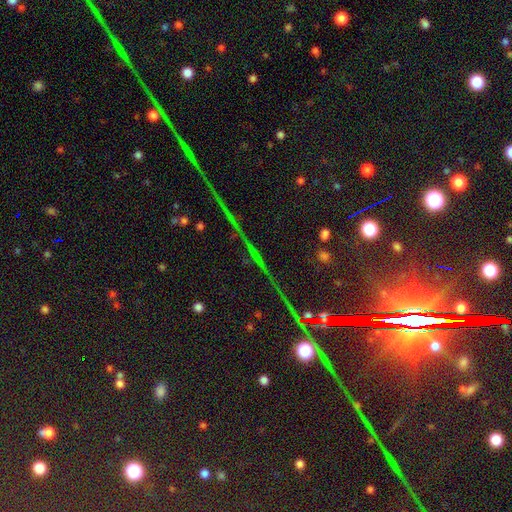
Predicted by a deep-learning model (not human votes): Overall: star or artifact (79%).